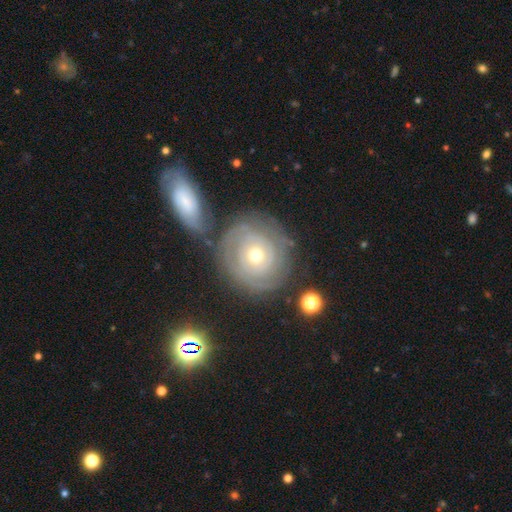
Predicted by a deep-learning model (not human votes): Morphology: type=featured or disk (78%); edge-on=no (96%); bar=no (83%); spiral arms=yes (89%); winding=tight (83%); arm count=can't tell (37%); bulge=moderate (52%); merging=none (72%).